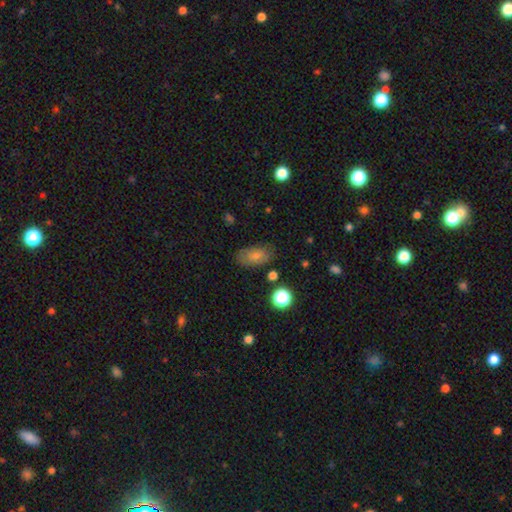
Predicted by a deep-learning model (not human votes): Smooth or featured? Predicted: smooth (p=0.65). How rounded? Predicted: in between (p=0.88). Merging? Predicted: none (p=0.78).